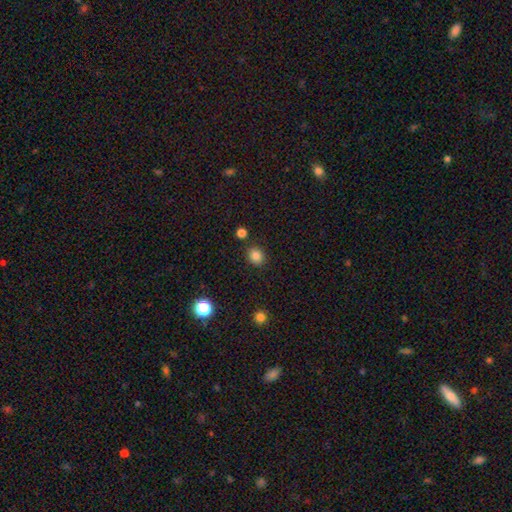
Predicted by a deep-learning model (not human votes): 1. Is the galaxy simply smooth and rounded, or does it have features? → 83% smooth, 12% star or artifact, 5% featured or disk.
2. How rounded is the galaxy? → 66% round, 33% in between, 1% cigar-shaped.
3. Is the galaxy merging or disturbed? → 85% none, 9% minor disturbance, 4% merger, 3% major disturbance.